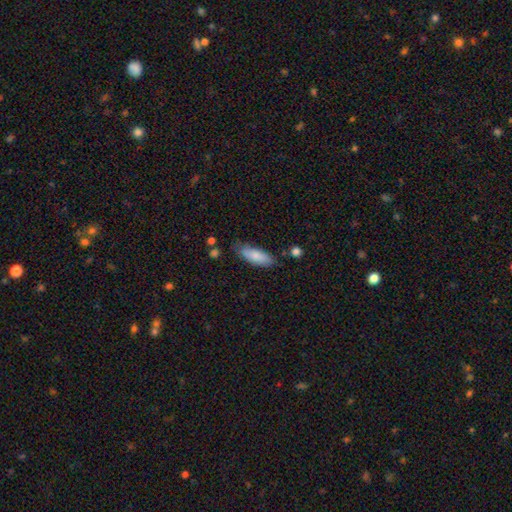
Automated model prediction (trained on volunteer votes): Smooth or featured? Predicted: smooth (p=0.82). How rounded? Predicted: in between (p=0.67). Merging? Predicted: none (p=0.72).